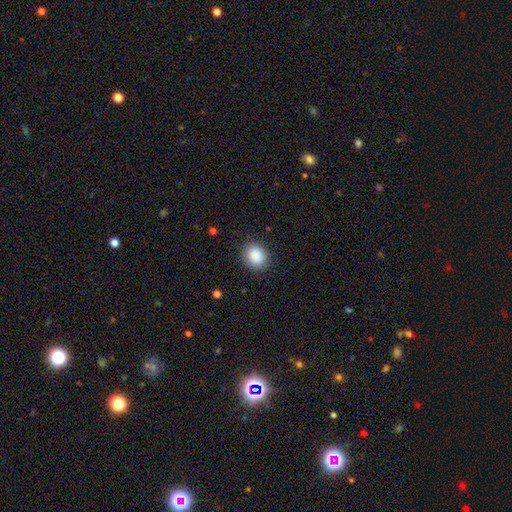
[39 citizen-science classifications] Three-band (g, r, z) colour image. It shows a smooth galaxy with no disk features (95%) that is in between round and cigar-shaped (57%). Merging: none (84%).